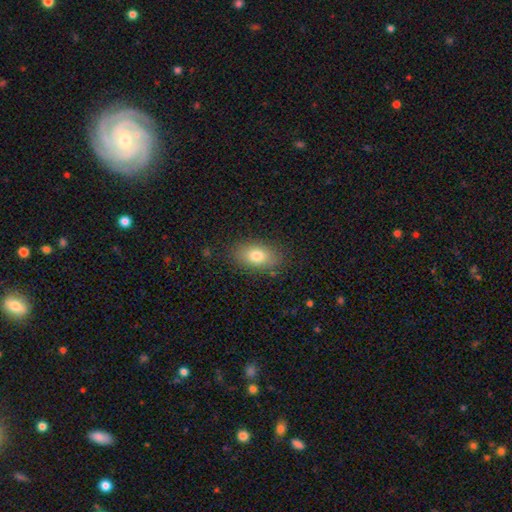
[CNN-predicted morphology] type=smooth (79%); roundness=in between (87%); merging=none (83%).